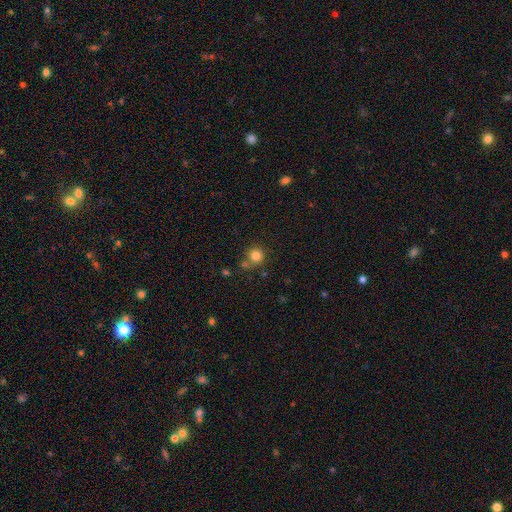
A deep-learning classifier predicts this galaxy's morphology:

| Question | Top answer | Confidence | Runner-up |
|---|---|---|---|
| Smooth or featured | smooth | 82% | star or artifact (12%) |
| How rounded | round | 90% | in between (9%) |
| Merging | none | 68% | merger (15%) |